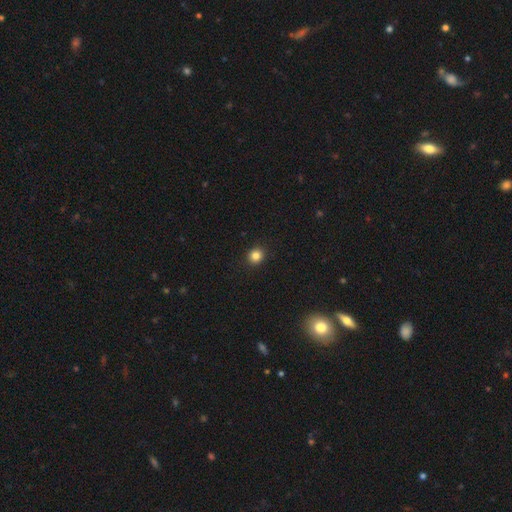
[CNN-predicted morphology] This is clearly a smooth galaxy (84%). How rounded: clearly round (86%). Merging: clearly none (92%).